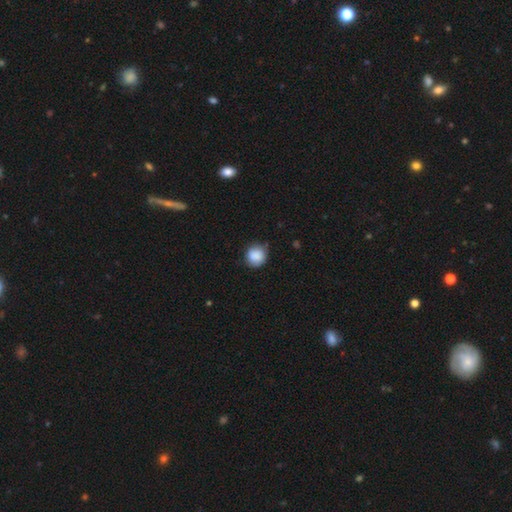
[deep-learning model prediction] A smooth galaxy with no disk features (88%) that is round (88%).

Vote fractions:
- Smooth or featured? smooth: 88% / star or artifact: 8% / featured or disk: 5%
- How rounded? round: 88% / in between: 11% / cigar-shaped: 1%
- Merging? none: 76% / minor disturbance: 19% / major disturbance: 4% / merger: 1%